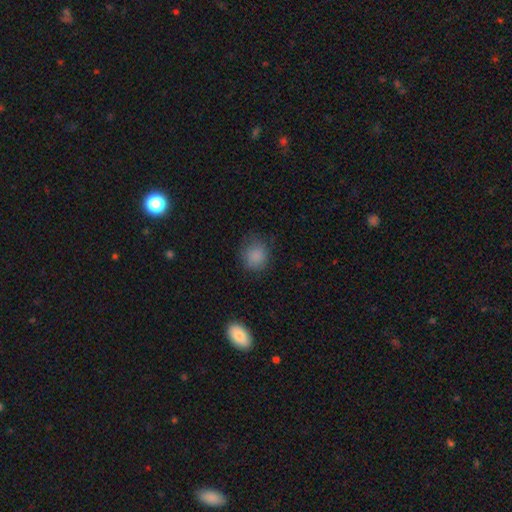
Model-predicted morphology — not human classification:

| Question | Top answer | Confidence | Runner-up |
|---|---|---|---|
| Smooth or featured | smooth | 85% | star or artifact (10%) |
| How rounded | round | 84% | in between (15%) |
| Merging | none | 76% | minor disturbance (17%) |